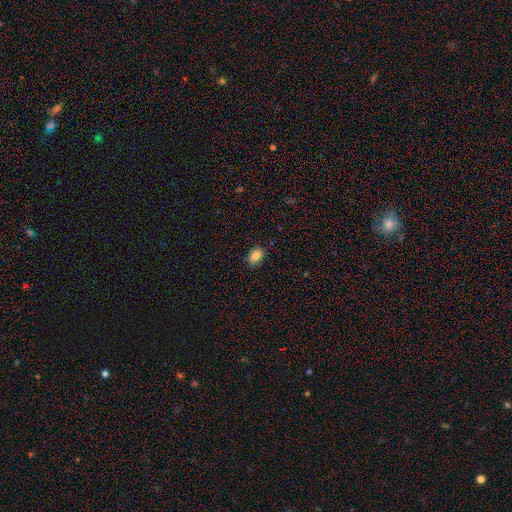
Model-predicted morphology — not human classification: type=smooth (84%); roundness=in between (74%); merging=none (81%).